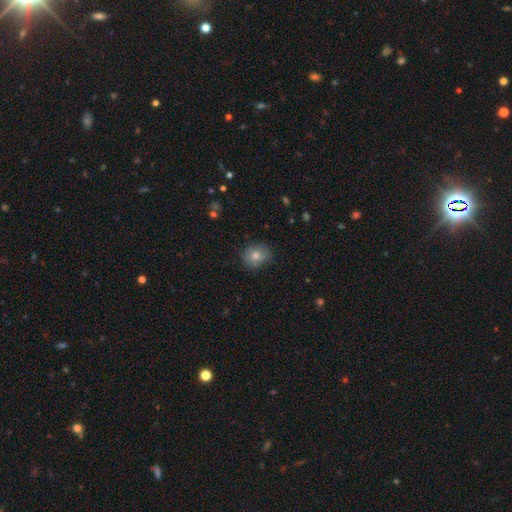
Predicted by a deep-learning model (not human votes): Morphology: type=smooth (79%); roundness=round (70%); merging=none (81%).